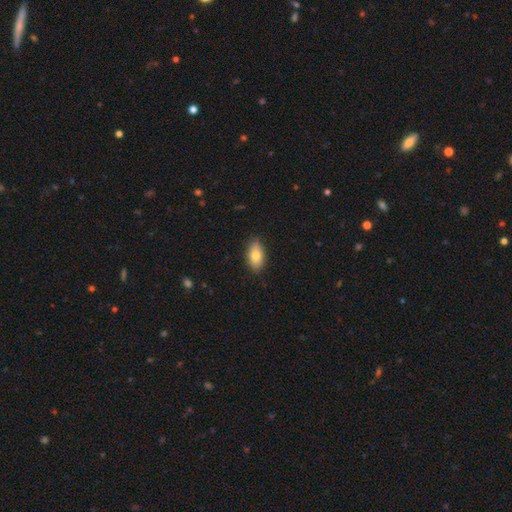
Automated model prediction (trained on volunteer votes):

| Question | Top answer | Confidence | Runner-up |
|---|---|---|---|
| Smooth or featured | smooth | 77% | featured or disk (15%) |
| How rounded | in between | 89% | round (6%) |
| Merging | none | 84% | minor disturbance (13%) |